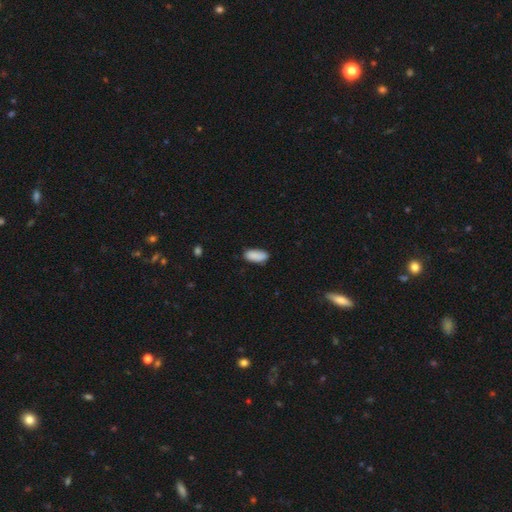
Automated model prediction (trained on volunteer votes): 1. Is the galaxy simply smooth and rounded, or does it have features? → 89% smooth, 7% star or artifact, 4% featured or disk.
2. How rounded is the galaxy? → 88% in between, 10% cigar-shaped, 2% round.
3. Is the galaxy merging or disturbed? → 80% none, 16% minor disturbance, 3% major disturbance, 2% merger.